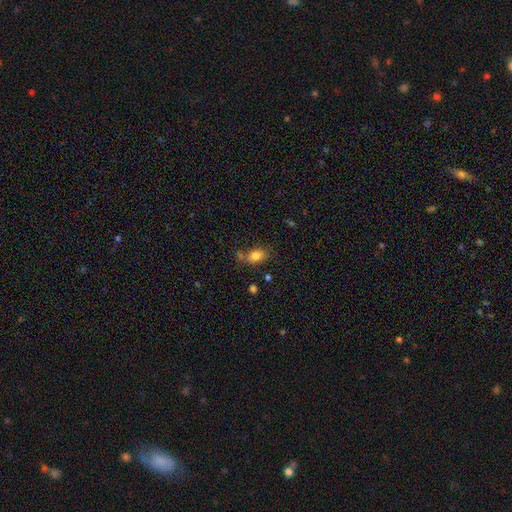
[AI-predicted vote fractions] This is clearly a smooth galaxy (81%). How rounded: clearly in between (83%). Merging: likely none (61%).